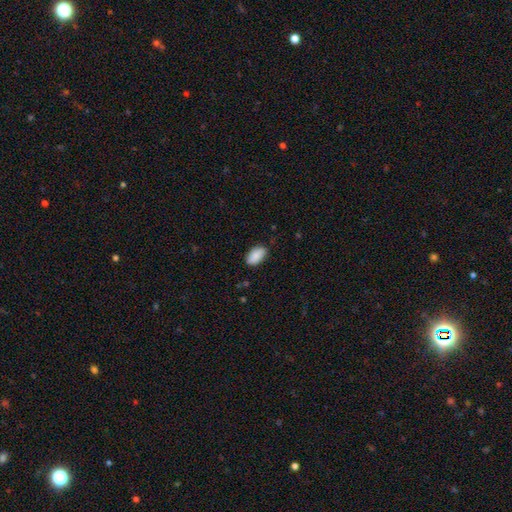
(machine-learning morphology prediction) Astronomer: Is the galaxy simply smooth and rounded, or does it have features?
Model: smooth — 88%.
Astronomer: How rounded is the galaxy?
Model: in between — 95%.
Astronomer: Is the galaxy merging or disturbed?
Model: none — 82%.